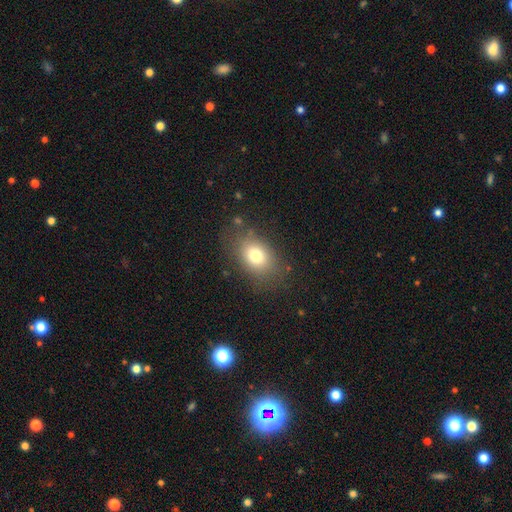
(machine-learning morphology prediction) This is likely a smooth galaxy (75%). How rounded: likely in between (72%). Merging: likely none (77%).